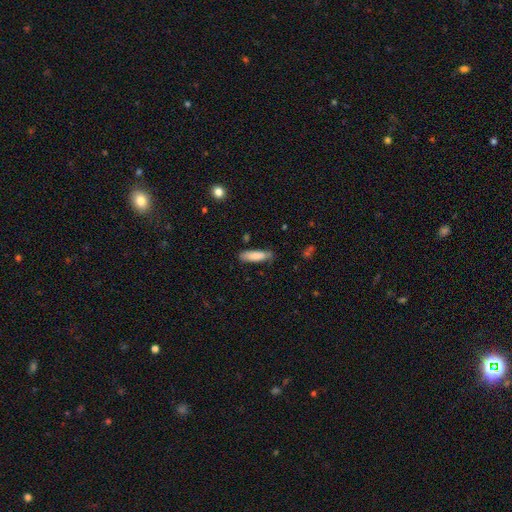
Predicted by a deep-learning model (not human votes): smooth_or_featured: smooth (p=0.82) [alt: featured or disk p=0.12]
how_rounded: cigar-shaped (p=0.54) [alt: in between p=0.44]
merging: none (p=0.71) [alt: minor disturbance p=0.22]